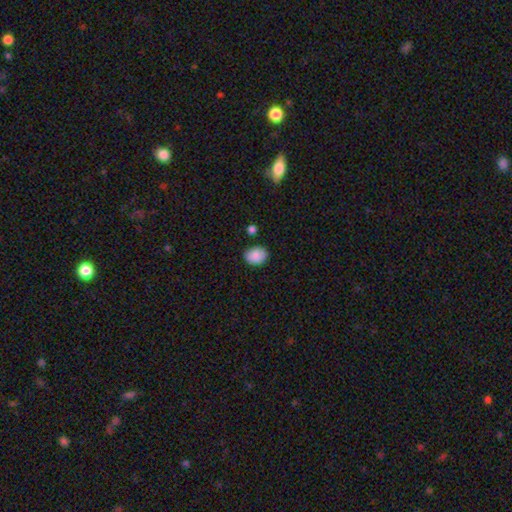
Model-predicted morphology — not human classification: Q: Smooth or featured?
A: smooth (87%); runner-up: star or artifact (8%)
Q: How rounded?
A: in between (55%); runner-up: round (44%)
Q: Merging?
A: none (80%); runner-up: minor disturbance (14%)